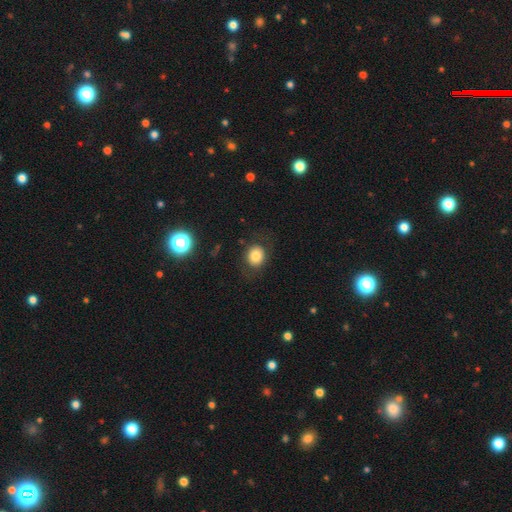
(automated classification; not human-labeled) Smooth or featured?
  - smooth: 78% *
  - star or artifact: 11%
  - featured or disk: 10%
How rounded?
  - round: 67% *
  - in between: 32%
  - cigar-shaped: 1%
Merging?
  - none: 80% *
  - minor disturbance: 12%
  - major disturbance: 6%
  - merger: 1%